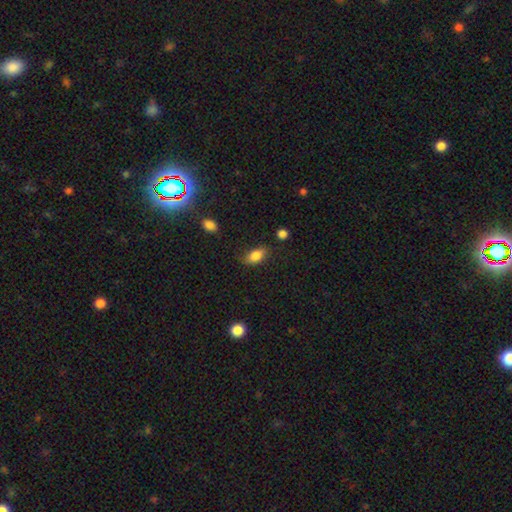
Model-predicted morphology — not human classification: smooth-or-featured: smooth: 83% | featured or disk: 8% | star or artifact: 8%
  how-rounded: in between: 88% | round: 8% | cigar-shaped: 4%
  merging: none: 75% | minor disturbance: 18% | major disturbance: 5% | merger: 2%